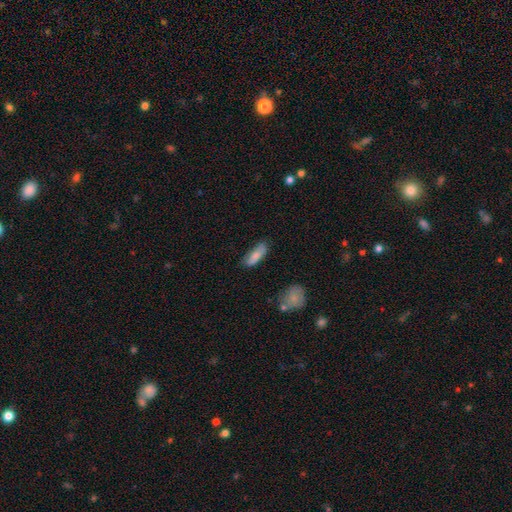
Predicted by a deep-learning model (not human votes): smooth 78%, featured or disk 15%, star or artifact 7%. Down the decision tree: how rounded — in between (62%); merging — none (66%).